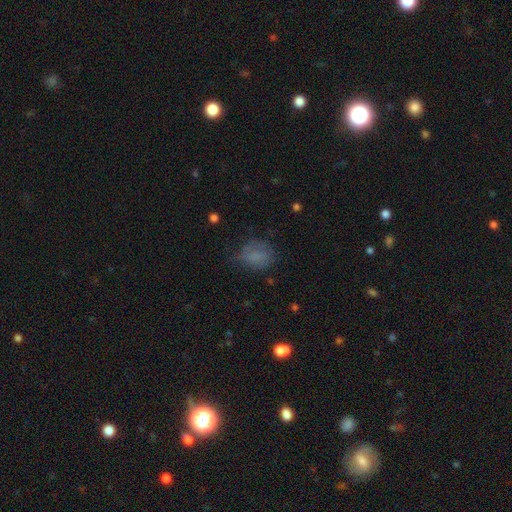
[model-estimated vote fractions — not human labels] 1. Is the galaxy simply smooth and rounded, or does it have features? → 71% smooth, 15% featured or disk, 14% star or artifact.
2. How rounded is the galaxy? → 57% in between, 41% round, 2% cigar-shaped.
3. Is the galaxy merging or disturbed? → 58% none, 26% minor disturbance, 14% major disturbance, 2% merger.